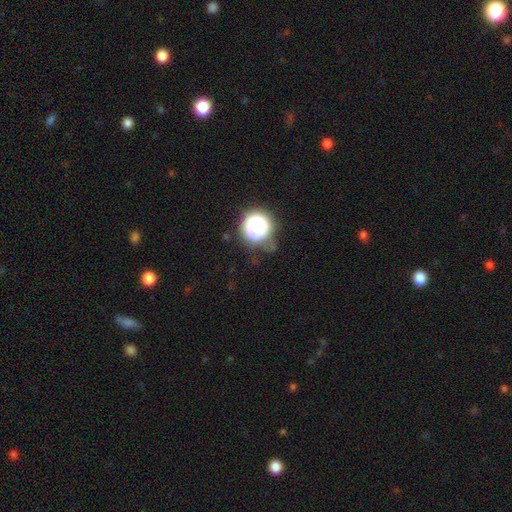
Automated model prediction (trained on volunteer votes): Smooth or featured? Predicted: star or artifact (p=0.72).